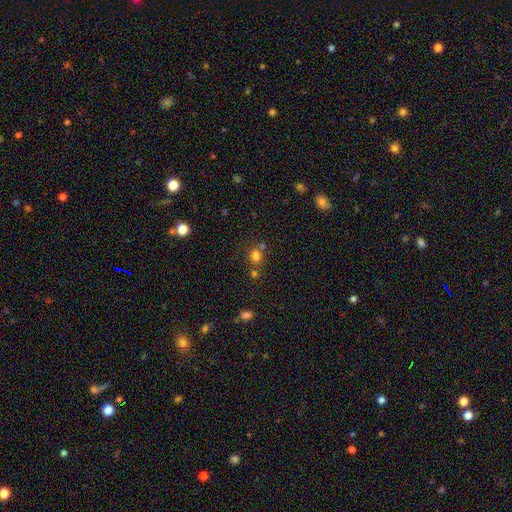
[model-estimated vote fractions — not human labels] smooth-or-featured: smooth: 77% | star or artifact: 17% | featured or disk: 7%
  how-rounded: round: 78% | in between: 21% | cigar-shaped: 1%
  merging: none: 63% | merger: 23% | minor disturbance: 10% | major disturbance: 4%